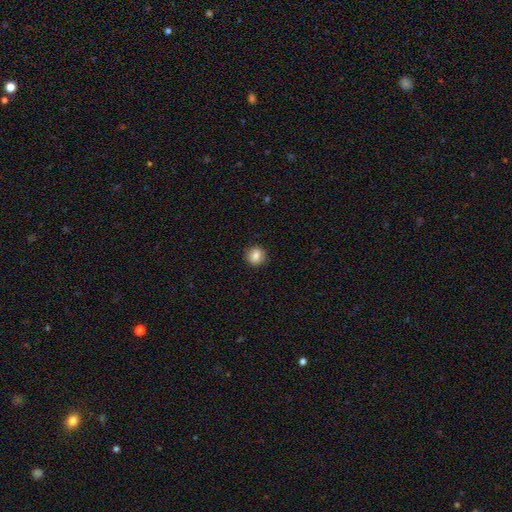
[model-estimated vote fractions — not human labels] Smooth or featured?
  - smooth: 84% *
  - star or artifact: 9%
  - featured or disk: 7%
How rounded?
  - round: 85% *
  - in between: 14%
  - cigar-shaped: 1%
Merging?
  - none: 90% *
  - minor disturbance: 7%
  - major disturbance: 2%
  - merger: 1%